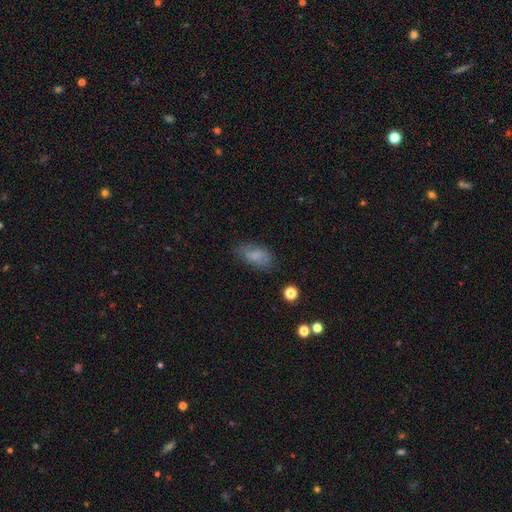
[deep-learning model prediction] Smooth or featured? Predicted: smooth (p=0.77). How rounded? Predicted: in between (p=0.90). Merging? Predicted: none (p=0.69).